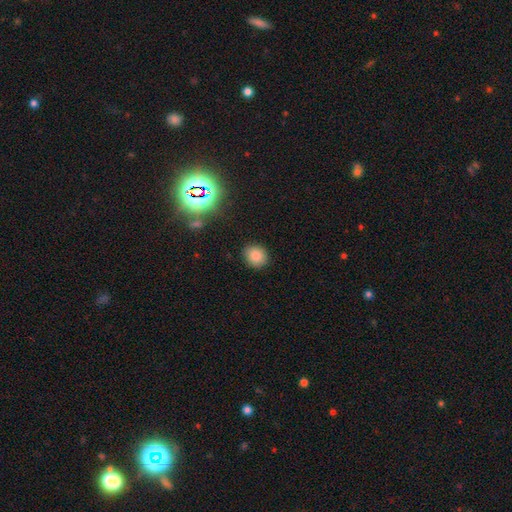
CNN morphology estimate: Q: Smooth or featured?
A: smooth (83%); runner-up: star or artifact (12%)
Q: How rounded?
A: round (71%); runner-up: in between (28%)
Q: Merging?
A: none (88%); runner-up: minor disturbance (8%)